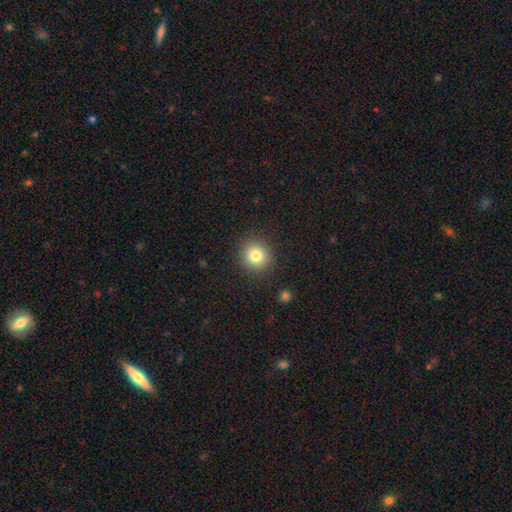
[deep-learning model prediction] This appears to be a smooth galaxy with no disk features (80%) that is round (90%). Merging: none (90%).